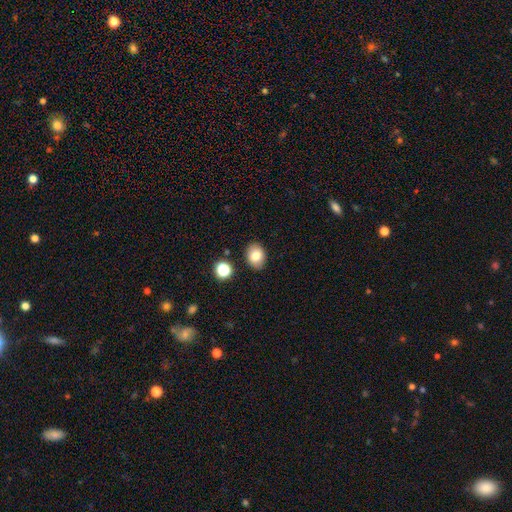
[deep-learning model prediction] A smooth galaxy with no disk features (80%) that is in between round and cigar-shaped (64%). Merging: none (86%).